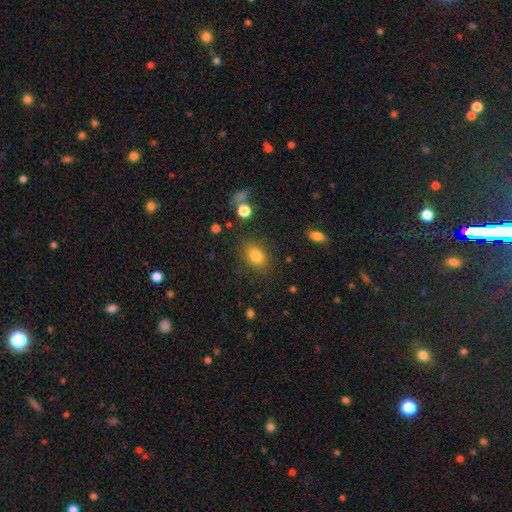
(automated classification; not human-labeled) Overall: smooth (82%). How rounded: in between (71%). Merging: none (82%).